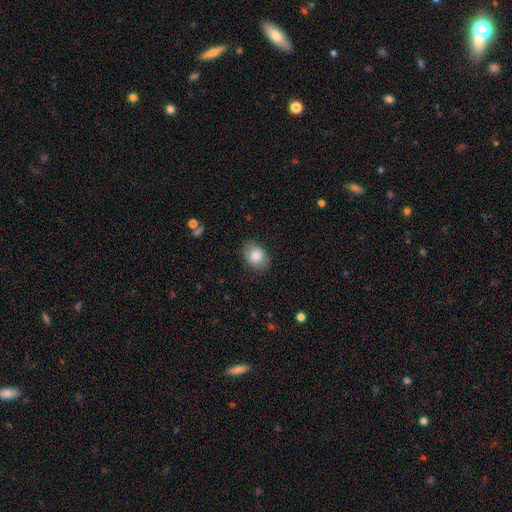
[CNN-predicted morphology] This appears to be a smooth galaxy with no disk features (84%) that is in between round and cigar-shaped (70%). Merging: none (82%).